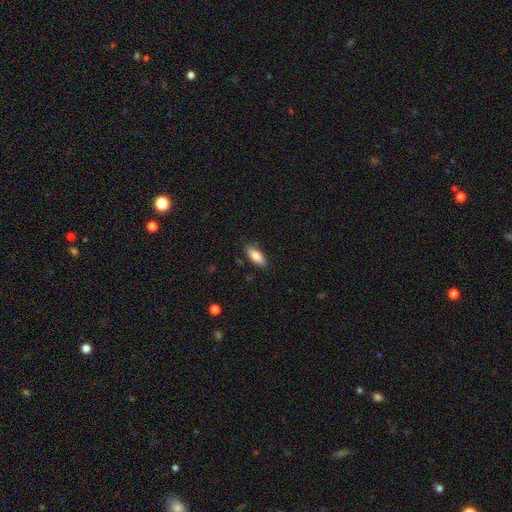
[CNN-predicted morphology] smooth 85%, featured or disk 9%, star or artifact 6%. Down the decision tree: how rounded — in between (78%); merging — none (84%).